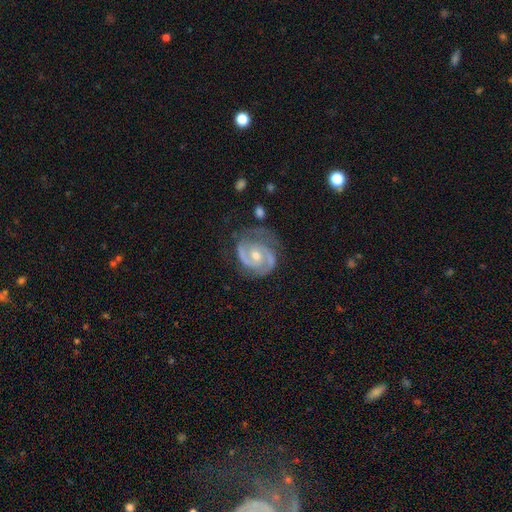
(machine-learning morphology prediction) Smooth or featured? Predicted: featured or disk (p=0.89). Edge-on disk? Predicted: no (p=0.98). Bar? Predicted: no (p=0.53). Spiral arms? Predicted: yes (p=0.97). Spiral winding? Predicted: tight (p=0.49). Spiral arm count? Predicted: 2 (p=0.85). Bulge size? Predicted: moderate (p=0.56). Merging? Predicted: none (p=0.70).